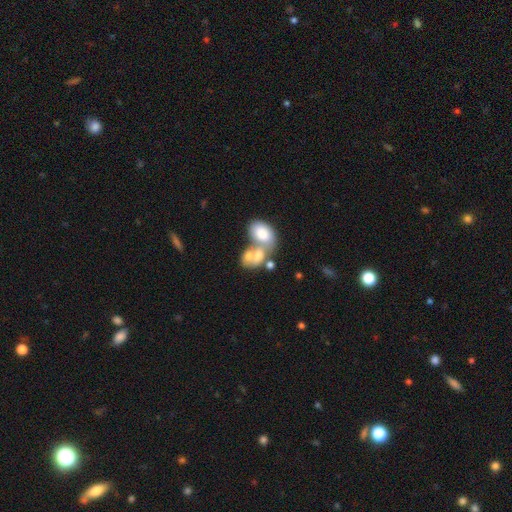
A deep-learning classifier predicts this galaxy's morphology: Smooth or featured? smooth (65%)
How rounded? in between (81%)
Merging? merger (69%)